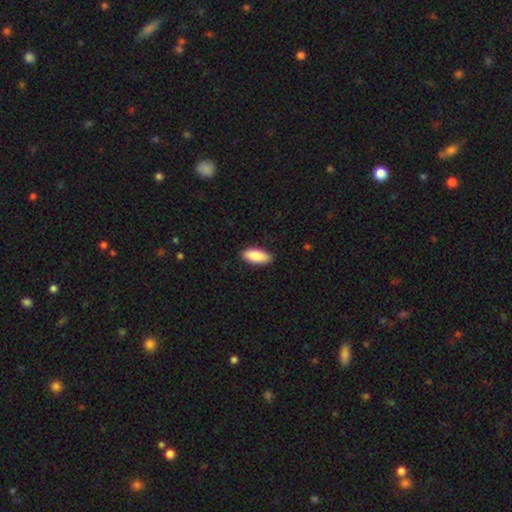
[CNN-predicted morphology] smooth_or_featured: smooth (p=0.87) [alt: featured or disk p=0.07]
how_rounded: in between (p=0.85) [alt: cigar-shaped p=0.13]
merging: none (p=0.88) [alt: minor disturbance p=0.09]